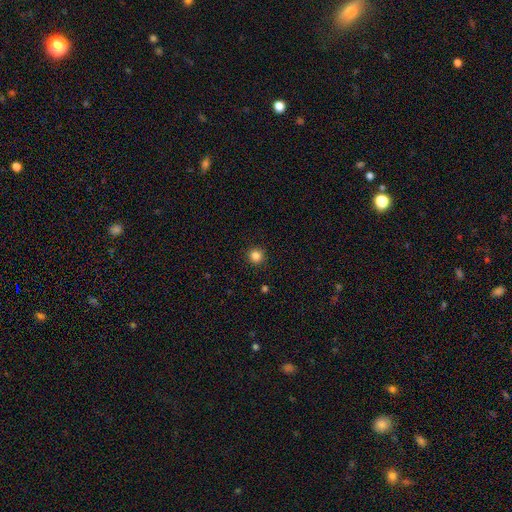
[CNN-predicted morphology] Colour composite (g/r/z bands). It shows a smooth galaxy with no disk features (84%) that is round (95%). Merging: none (93%).